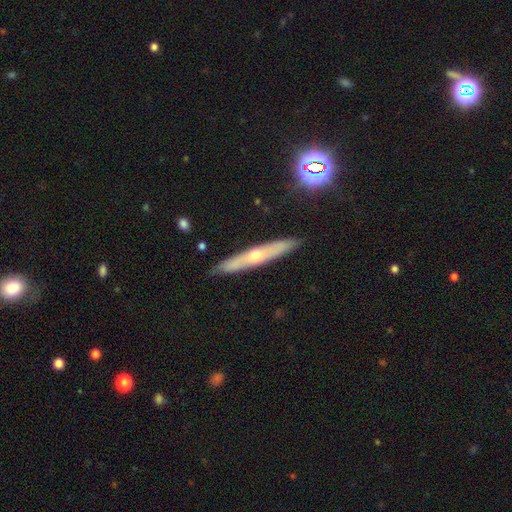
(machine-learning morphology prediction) featured or disk 58%, smooth 33%, star or artifact 9%. Down the decision tree: edge-on disk — yes (89%); edge-on bulge — rounded (76%); merging — none (88%).